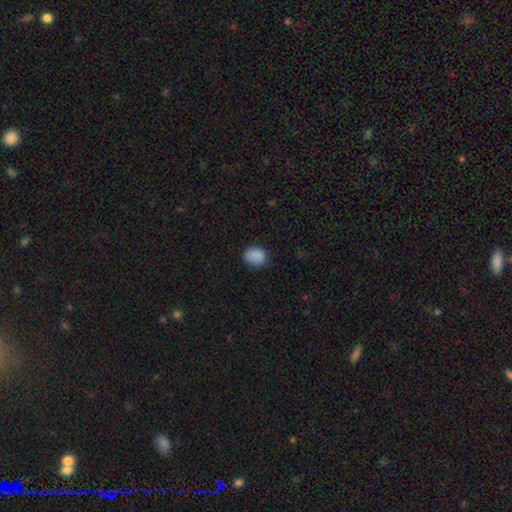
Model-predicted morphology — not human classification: A smooth galaxy with no disk features (87%) that is round (55%).

Vote fractions:
- Smooth or featured? smooth: 87% / star or artifact: 9% / featured or disk: 4%
- How rounded? round: 55% / in between: 44% / cigar-shaped: 1%
- Merging? none: 81% / minor disturbance: 15% / major disturbance: 3% / merger: 1%